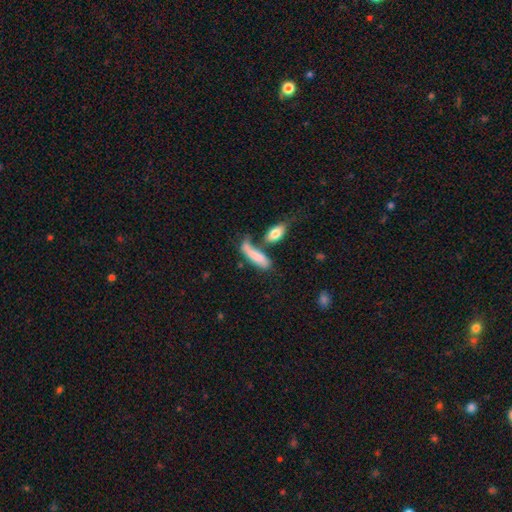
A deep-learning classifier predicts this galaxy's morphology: The model was most divided on "merging": none: 39%, merger: 32%, minor disturbance: 18%, major disturbance: 11%. More confident: smooth or featured — smooth (77%); how rounded — cigar-shaped (55%).